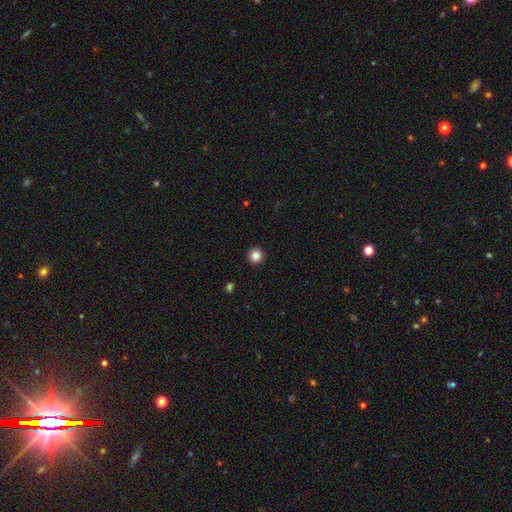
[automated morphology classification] The model was most divided on "smooth or featured": smooth: 84%, star or artifact: 11%, featured or disk: 5%. More confident: how rounded — round (96%); merging — none (94%).